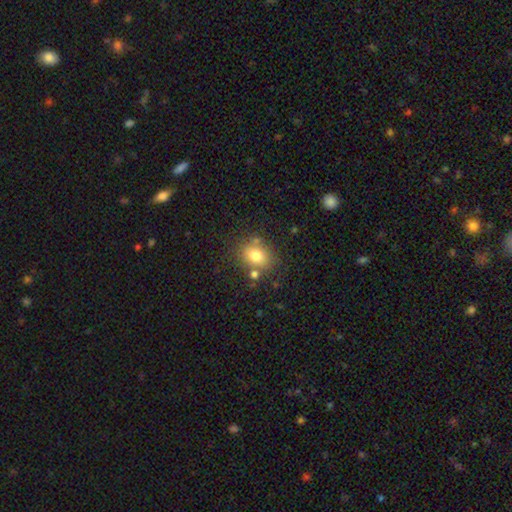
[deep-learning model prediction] Q: Smooth or featured?
A: smooth (77%); runner-up: featured or disk (12%)
Q: How rounded?
A: in between (51%); runner-up: round (48%)
Q: Merging?
A: none (71%); runner-up: minor disturbance (14%)